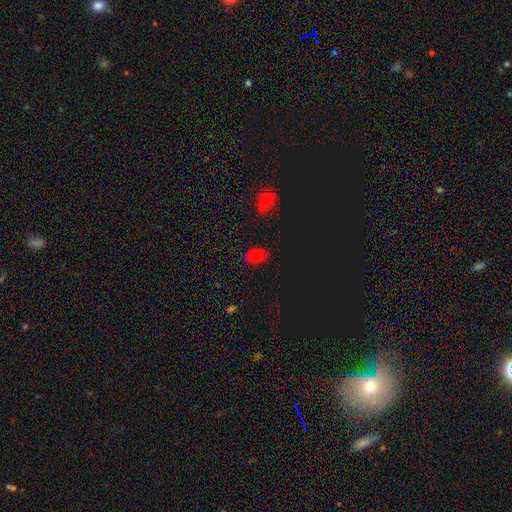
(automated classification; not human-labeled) This appears to be a smooth galaxy with no disk features (64%) that is in between round and cigar-shaped (79%). Merging: none (82%).